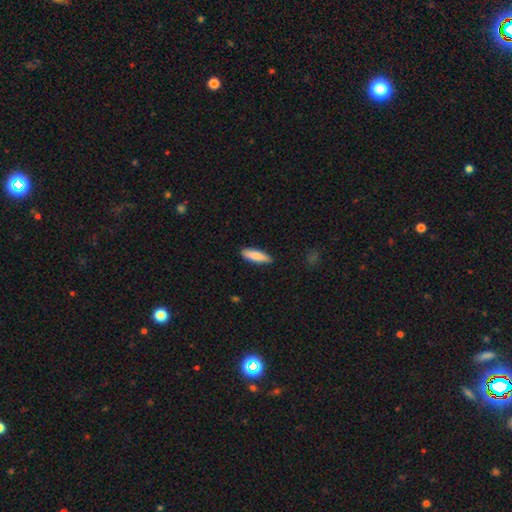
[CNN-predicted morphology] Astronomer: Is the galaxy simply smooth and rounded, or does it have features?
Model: smooth — 84%.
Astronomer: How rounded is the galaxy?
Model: cigar-shaped — 53% (runner-up: in between, 45%).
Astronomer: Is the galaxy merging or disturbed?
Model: none — 84%.